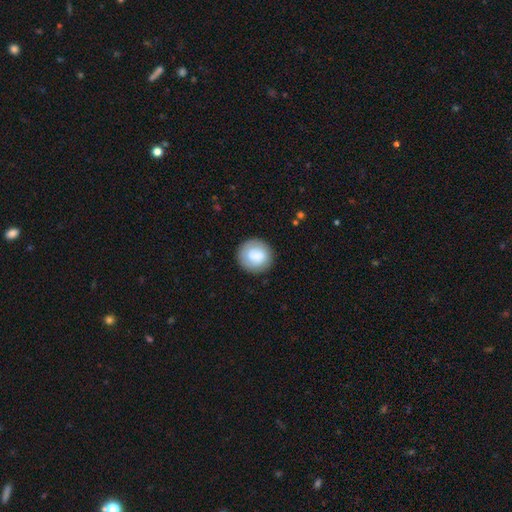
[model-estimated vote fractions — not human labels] Morphology: type=smooth (78%); roundness=round (90%); merging=none (85%).